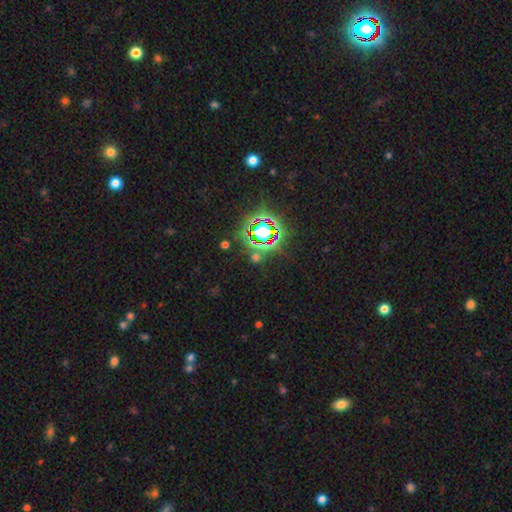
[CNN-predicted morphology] The model was most divided on "smooth or featured": star or artifact: 78%, smooth: 14%, featured or disk: 8%.